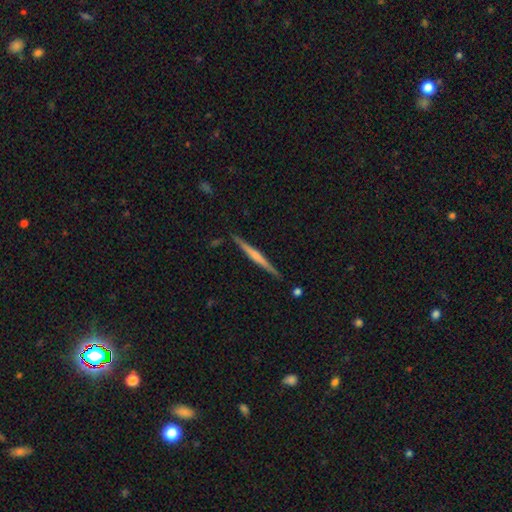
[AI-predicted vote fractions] Overall: featured or disk (62%; smooth 32%). Edge-on disk: yes (98%). Edge-on bulge: none (44%; rounded 35%). Merging: none (90%).